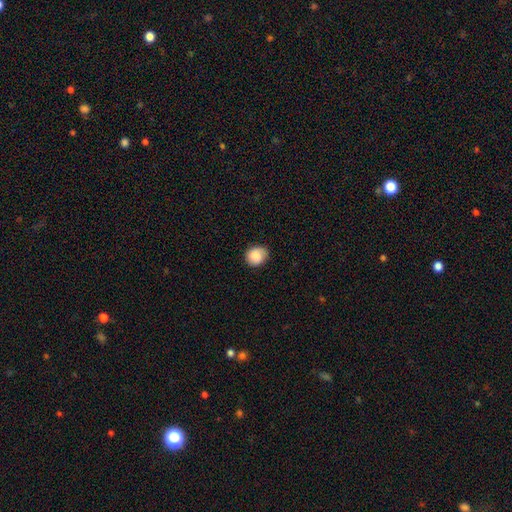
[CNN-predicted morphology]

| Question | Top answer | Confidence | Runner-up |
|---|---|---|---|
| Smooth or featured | smooth | 85% | star or artifact (8%) |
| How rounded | round | 76% | in between (23%) |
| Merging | none | 76% | minor disturbance (19%) |